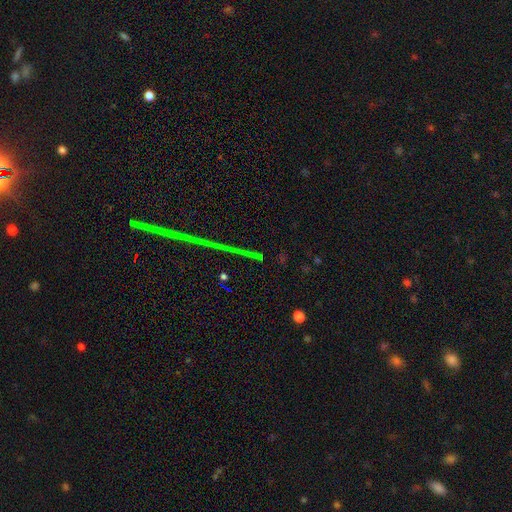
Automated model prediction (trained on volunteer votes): smooth-or-featured: star or artifact: 77% | featured or disk: 12% | smooth: 11%